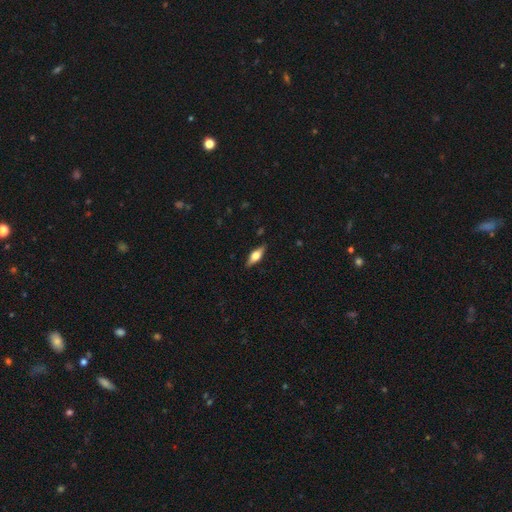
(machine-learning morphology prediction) A featured or disk galaxy (52%) viewed edge-on (94%). Merging: none (88%).